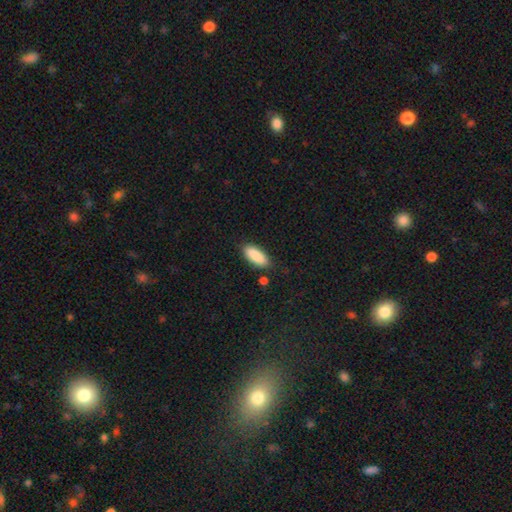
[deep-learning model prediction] Q: Smooth or featured?
A: smooth (89%); runner-up: star or artifact (6%)
Q: How rounded?
A: in between (77%); runner-up: cigar-shaped (21%)
Q: Merging?
A: none (82%); runner-up: minor disturbance (12%)